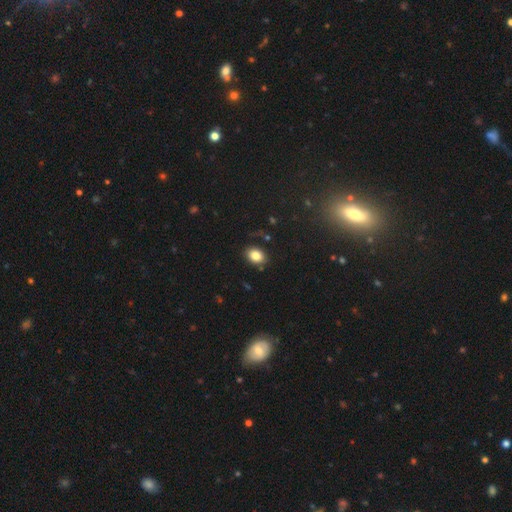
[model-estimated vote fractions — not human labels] Smooth or featured?
  - smooth: 82% *
  - star or artifact: 10%
  - featured or disk: 8%
How rounded?
  - in between: 66% *
  - round: 33%
  - cigar-shaped: 1%
Merging?
  - none: 84% *
  - minor disturbance: 11%
  - major disturbance: 3%
  - merger: 2%